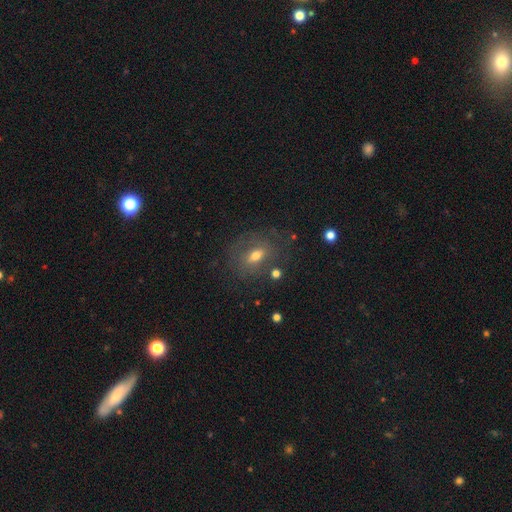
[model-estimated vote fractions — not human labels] smooth 45%, featured or disk 42%, star or artifact 14%. Down the decision tree: merging — none (68%).